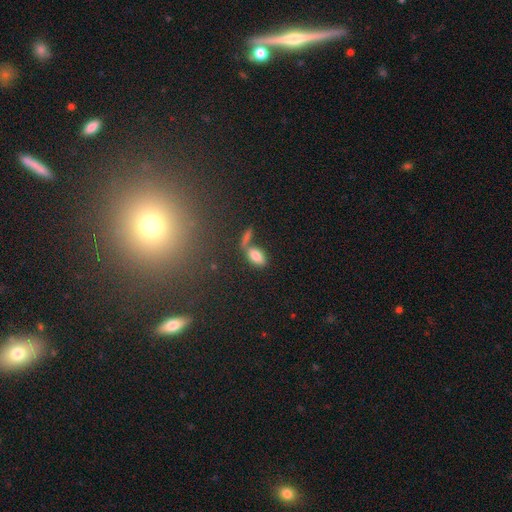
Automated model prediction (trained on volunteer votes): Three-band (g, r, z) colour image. It shows a smooth galaxy with no disk features (81%) that is in between round and cigar-shaped (90%). Merging: none (48%).